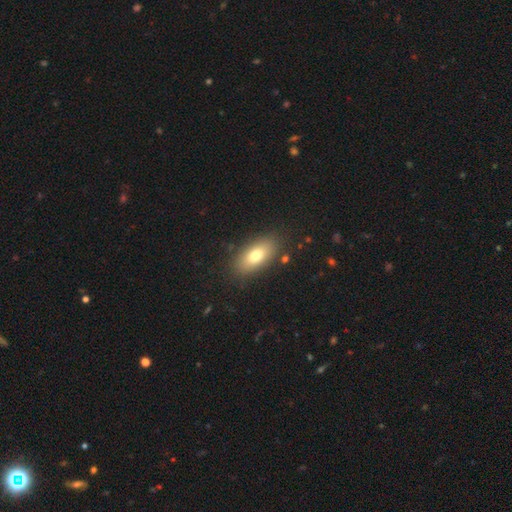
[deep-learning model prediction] A smooth galaxy with no disk features (76%) that is in between round and cigar-shaped (88%). Merging: none (85%).